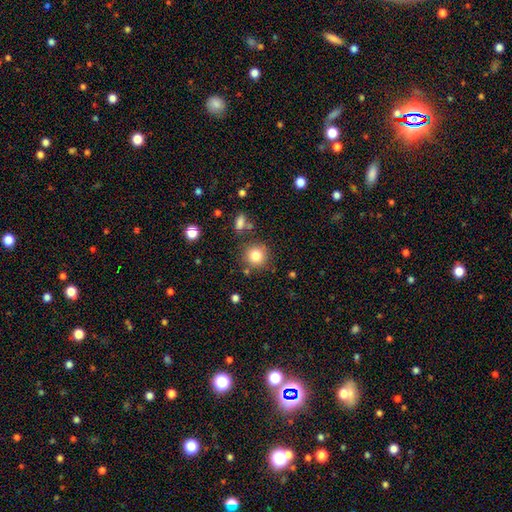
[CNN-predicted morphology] Smooth or featured? Predicted: smooth (p=0.82). How rounded? Predicted: round (p=0.92). Merging? Predicted: none (p=0.80).